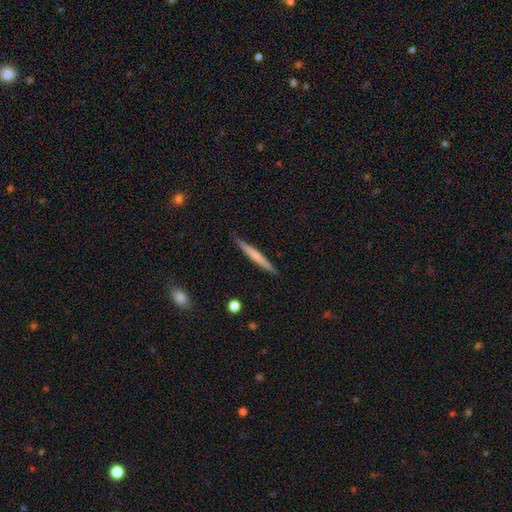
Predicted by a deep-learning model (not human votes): smooth-or-featured: smooth: 59% | featured or disk: 36% | star or artifact: 5%
  how-rounded: cigar-shaped: 97% | in between: 2% | round: 1%
  merging: none: 89% | minor disturbance: 8% | major disturbance: 1% | merger: 1%